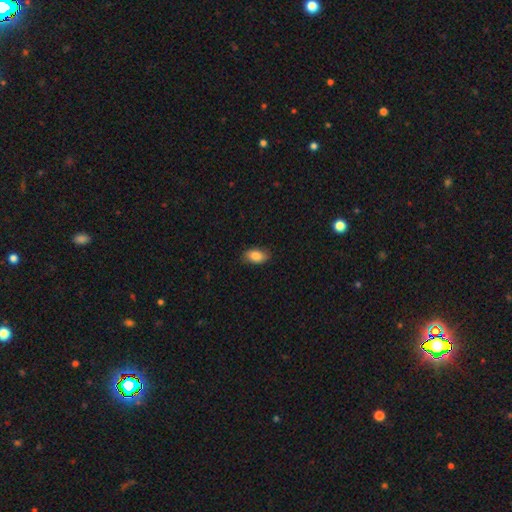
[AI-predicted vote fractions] A smooth galaxy with no disk features (85%) that is in between round and cigar-shaped (91%).

Vote fractions:
- Smooth or featured? smooth: 85% / featured or disk: 7% / star or artifact: 7%
- How rounded? in between: 91% / round: 7% / cigar-shaped: 2%
- Merging? none: 83% / minor disturbance: 14% / major disturbance: 3% / merger: 1%